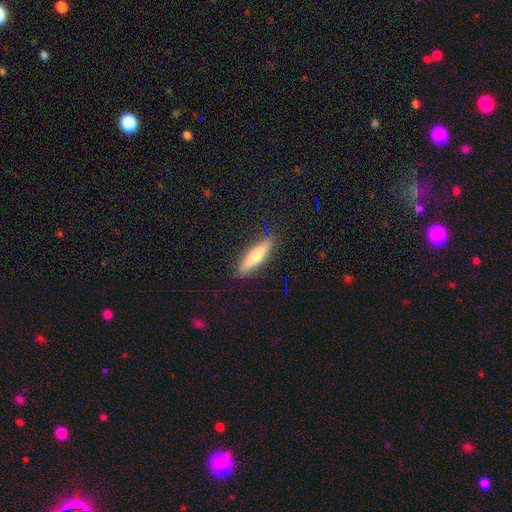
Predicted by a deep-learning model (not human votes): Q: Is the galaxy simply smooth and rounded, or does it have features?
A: smooth — 60%.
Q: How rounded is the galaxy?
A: cigar-shaped — 73%.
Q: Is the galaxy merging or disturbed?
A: none — 88%.